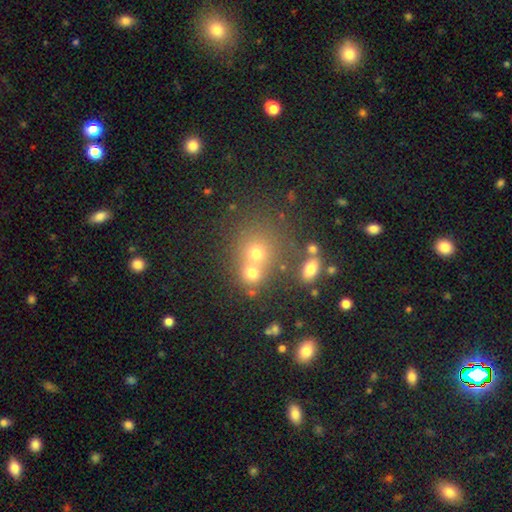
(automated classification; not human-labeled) Overall: smooth (65%). How rounded: round (78%). Merging: merger (47%; none 43%).